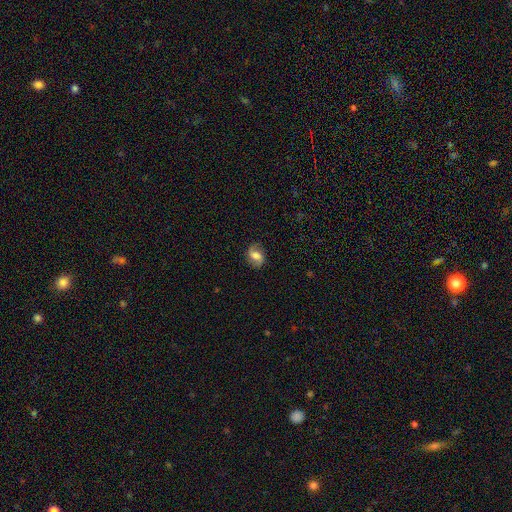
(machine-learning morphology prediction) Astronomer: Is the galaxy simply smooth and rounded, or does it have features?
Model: featured or disk — 50% (runner-up: smooth, 41%).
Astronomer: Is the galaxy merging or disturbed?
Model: none — 80%.